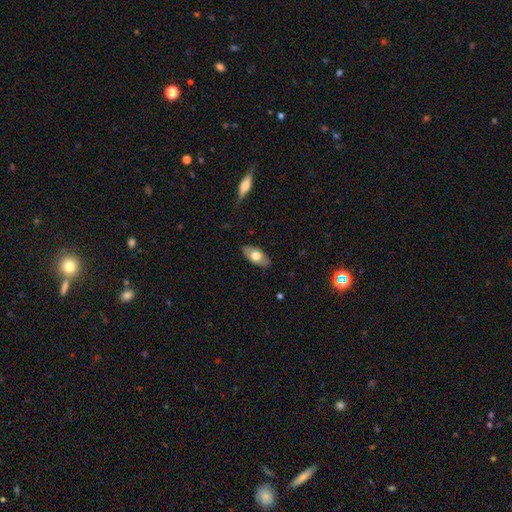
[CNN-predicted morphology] Overall: smooth (62%; featured or disk 32%). How rounded: in between (91%). Merging: none (83%).